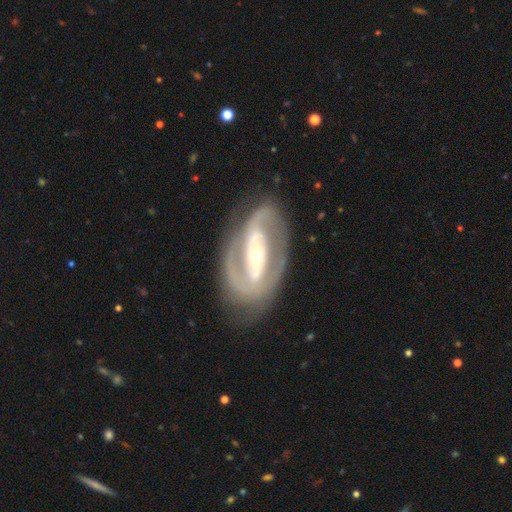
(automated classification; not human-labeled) Morphology: type=featured or disk (87%); edge-on=no (94%); bar=strong (52%); spiral arms=yes (87%); winding=medium (43%); arm count=2 (81%); bulge=small (56%); merging=none (75%).